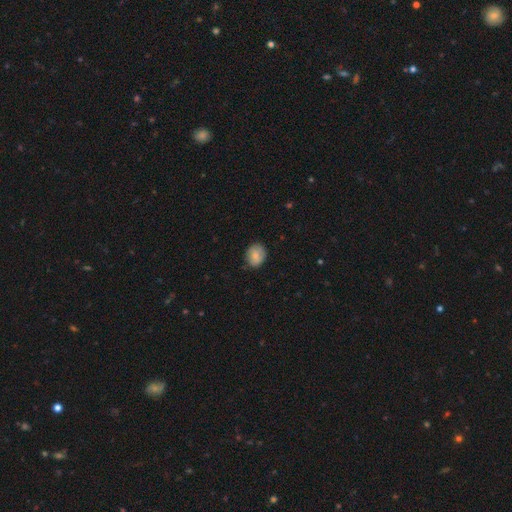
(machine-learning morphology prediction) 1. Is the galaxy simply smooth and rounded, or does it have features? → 76% smooth, 17% featured or disk, 8% star or artifact.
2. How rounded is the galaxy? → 54% round, 45% in between, 1% cigar-shaped.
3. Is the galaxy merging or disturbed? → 77% none, 18% minor disturbance, 4% major disturbance, 1% merger.